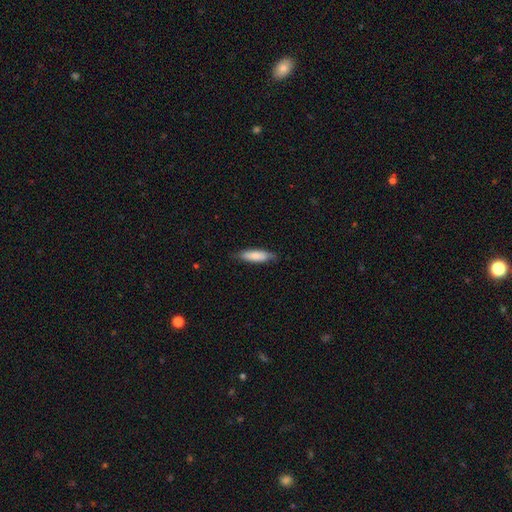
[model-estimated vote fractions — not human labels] Smooth or featured: smooth — 80% (featured or disk — 14%)
How rounded: cigar-shaped — 58% (in between — 41%)
Merging: none — 79% (minor disturbance — 17%)